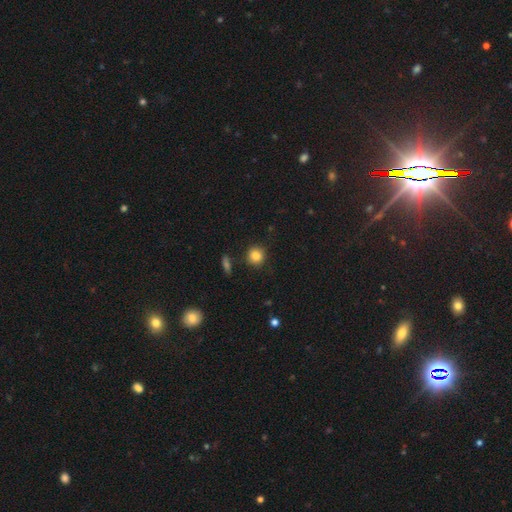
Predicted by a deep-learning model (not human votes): Smooth or featured? Predicted: smooth (p=0.84). How rounded? Predicted: round (p=0.90). Merging? Predicted: none (p=0.87).